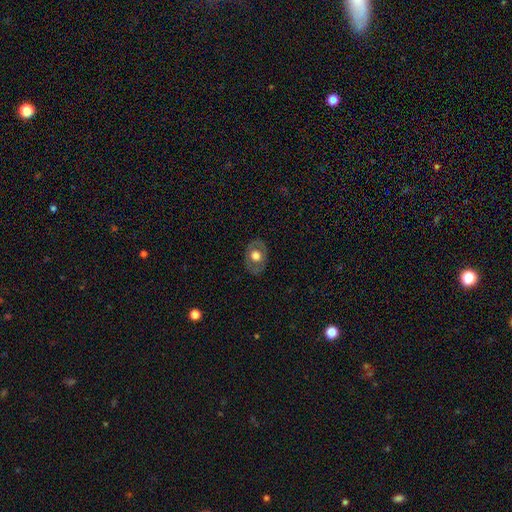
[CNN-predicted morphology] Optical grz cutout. It shows a smooth galaxy with no disk features (50%). Merging: none (82%).